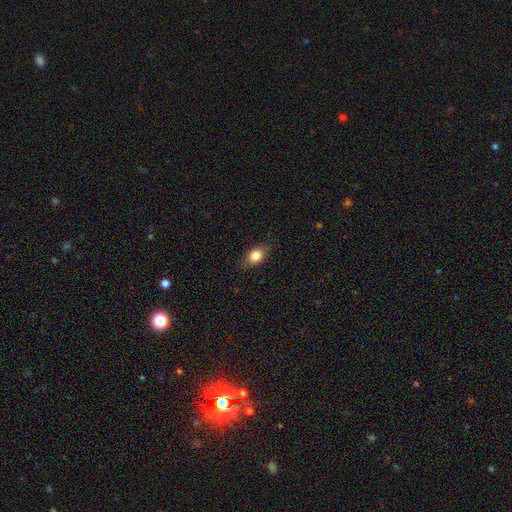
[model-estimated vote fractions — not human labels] This is clearly a smooth galaxy (81%). How rounded: likely in between (74%). Merging: clearly none (82%).